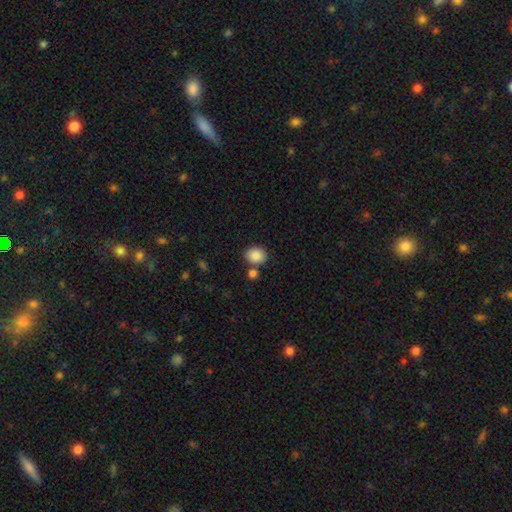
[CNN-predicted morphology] smooth 87%, star or artifact 8%, featured or disk 4%. Down the decision tree: how rounded — round (64%); merging — none (75%).